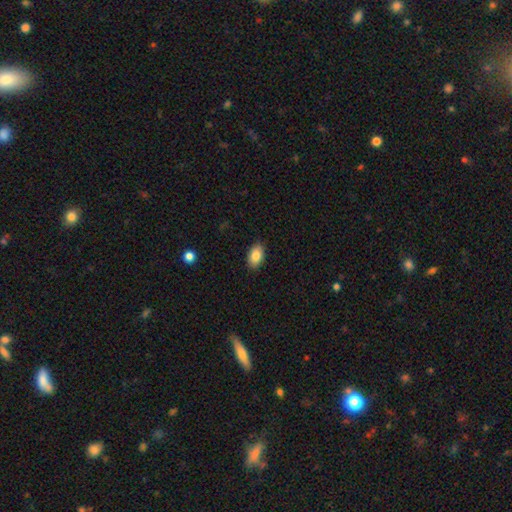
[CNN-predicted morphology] This appears to be a smooth galaxy with no disk features (85%) that is in between round and cigar-shaped (91%). Merging: none (88%).